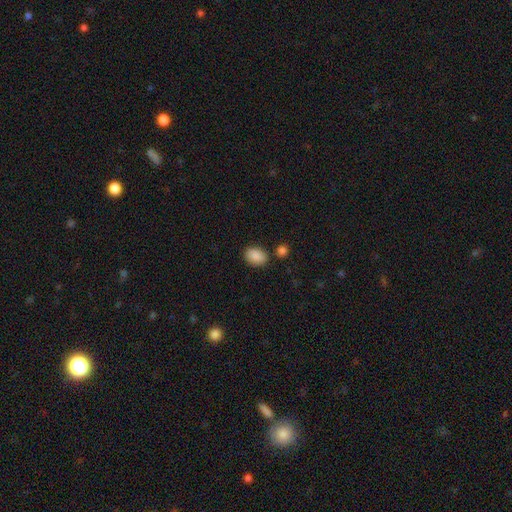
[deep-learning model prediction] Overall: smooth (89%). How rounded: in between (79%). Merging: none (79%).